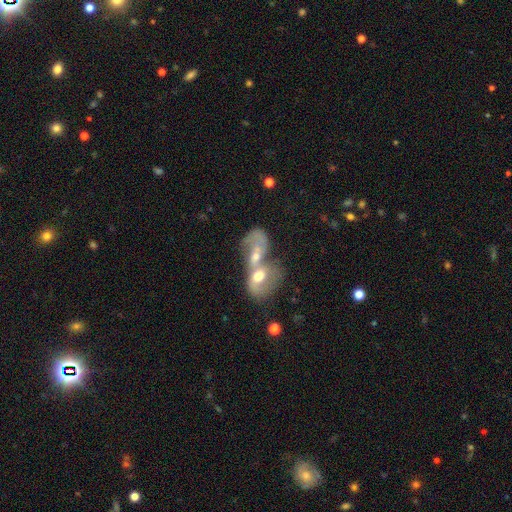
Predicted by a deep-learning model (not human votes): Smooth or featured?
  - featured or disk: 46% *
  - smooth: 44%
  - star or artifact: 9%
Merging?
  - merger: 81% *
  - major disturbance: 8%
  - none: 7%
  - minor disturbance: 4%